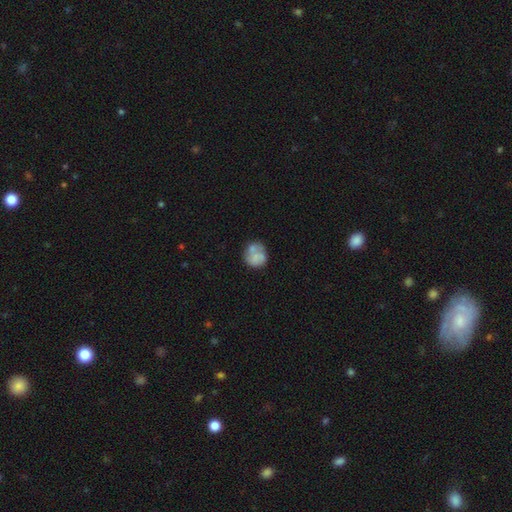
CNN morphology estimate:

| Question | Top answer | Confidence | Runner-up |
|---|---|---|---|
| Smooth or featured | smooth | 60% | featured or disk (32%) |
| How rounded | round | 80% | in between (19%) |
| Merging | none | 50% | minor disturbance (21%) |